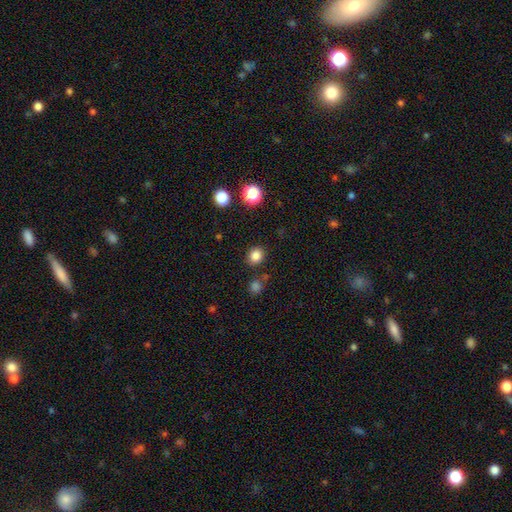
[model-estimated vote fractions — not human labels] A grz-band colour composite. It shows a smooth galaxy with no disk features (84%) that is round (75%). Merging: none (85%).